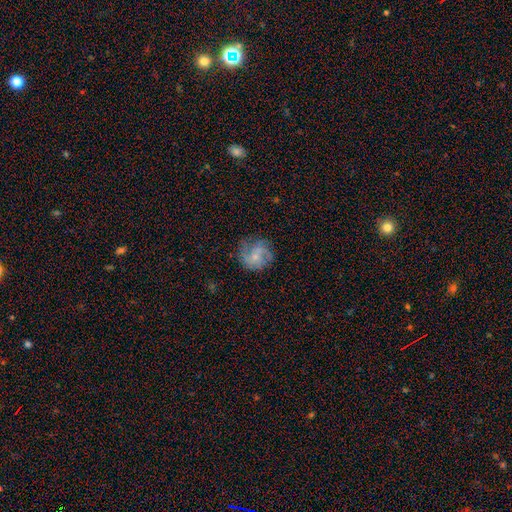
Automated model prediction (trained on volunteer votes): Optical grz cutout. It shows a featured or disk galaxy (65%) with no bar (78%), 3 (31%) medium (43%) spiral arms (87%) and a small central bulge (66%). Merging: none (66%).